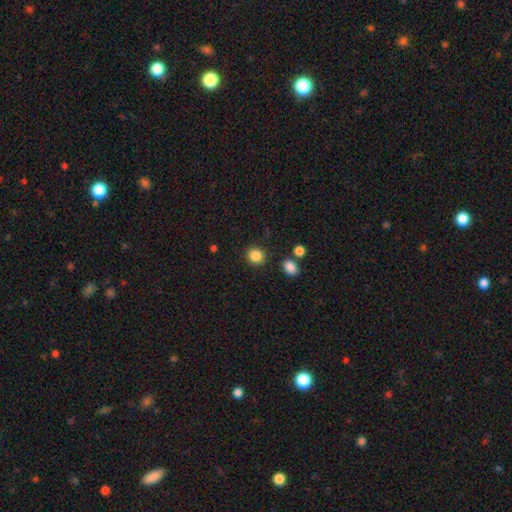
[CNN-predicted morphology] This is clearly a smooth galaxy (86%). How rounded: clearly round (81%). Merging: clearly none (87%).